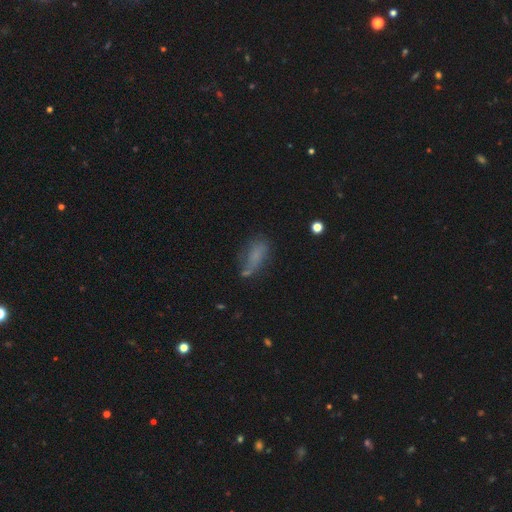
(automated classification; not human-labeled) smooth_or_featured: smooth (p=0.68) [alt: featured or disk p=0.19]
how_rounded: in between (p=0.70) [alt: cigar-shaped p=0.26]
merging: none (p=0.47) [alt: minor disturbance p=0.27]